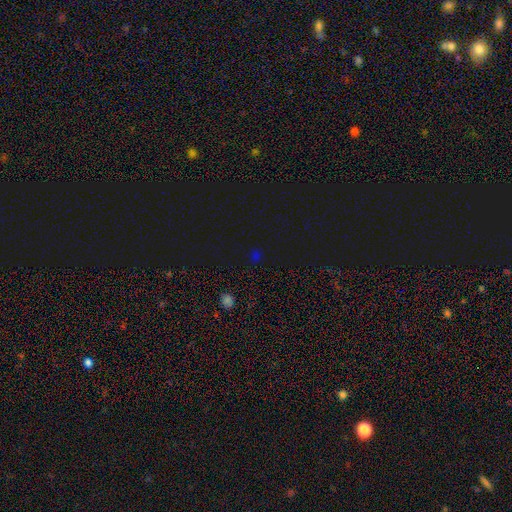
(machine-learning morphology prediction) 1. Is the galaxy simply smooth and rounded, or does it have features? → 63% star or artifact, 31% smooth, 6% featured or disk.